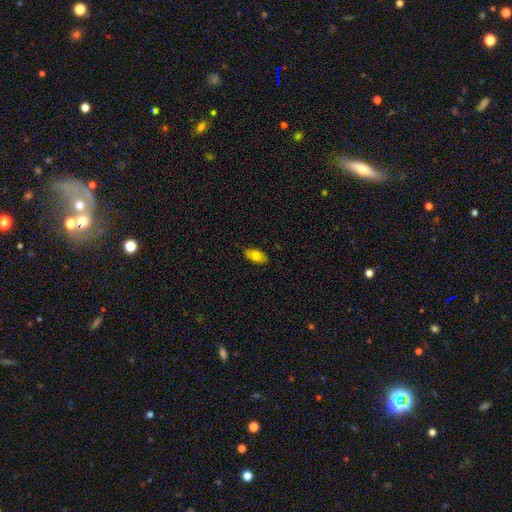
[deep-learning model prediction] A smooth galaxy with no disk features (77%) that is in between round and cigar-shaped (91%). Merging: none (84%).